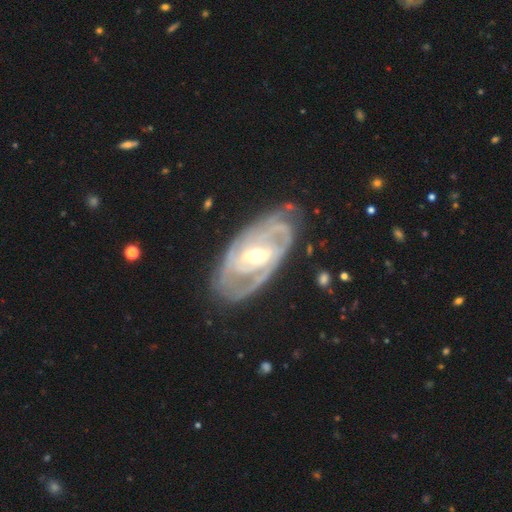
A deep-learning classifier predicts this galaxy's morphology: type=featured or disk (89%); edge-on=no (94%); bar=weak (40%); spiral arms=yes (94%); winding=tight (62%); arm count=2 (46%); bulge=moderate (66%); merging=none (74%).